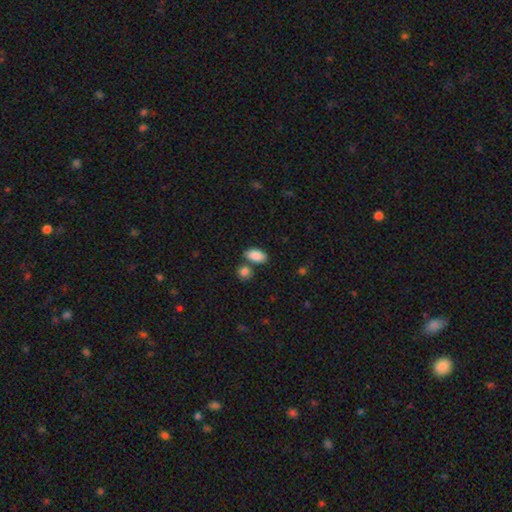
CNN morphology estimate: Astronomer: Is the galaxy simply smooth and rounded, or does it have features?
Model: smooth — 88%.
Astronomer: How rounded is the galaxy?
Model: in between — 92%.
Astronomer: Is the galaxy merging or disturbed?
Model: none — 67%.